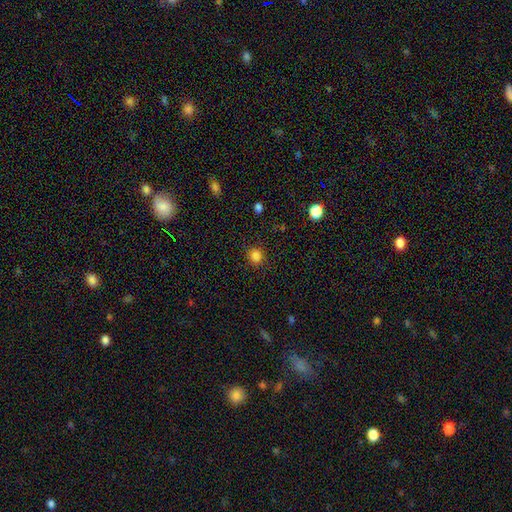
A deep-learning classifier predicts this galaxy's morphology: type=smooth (84%); roundness=round (89%); merging=none (89%).